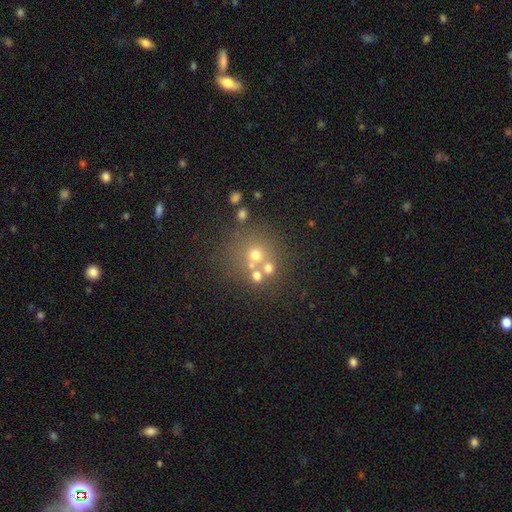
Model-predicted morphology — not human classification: Overall: smooth (51%; star or artifact 26%). How rounded: round (86%). Merging: none (56%; merger 31%).